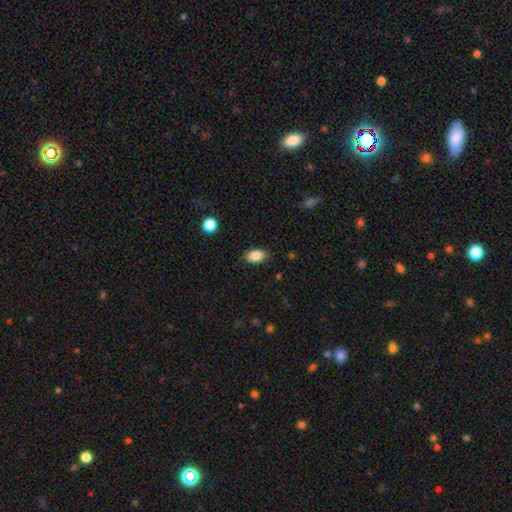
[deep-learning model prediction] Smooth or featured? Predicted: smooth (p=0.85). How rounded? Predicted: in between (p=0.88). Merging? Predicted: none (p=0.85).